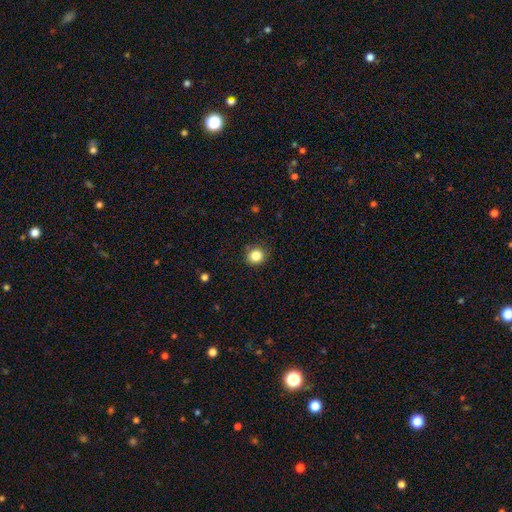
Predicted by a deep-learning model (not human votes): Overall: smooth (84%). How rounded: round (89%). Merging: none (88%).